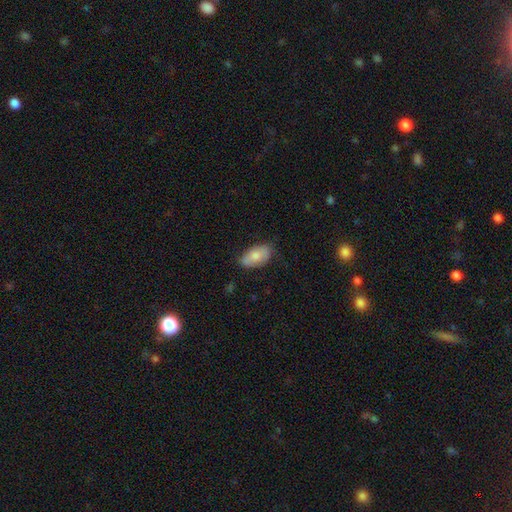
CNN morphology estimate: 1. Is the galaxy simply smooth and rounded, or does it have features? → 77% smooth, 17% featured or disk, 6% star or artifact.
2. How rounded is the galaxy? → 93% in between, 4% round, 3% cigar-shaped.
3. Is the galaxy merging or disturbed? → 71% none, 23% minor disturbance, 4% major disturbance, 1% merger.